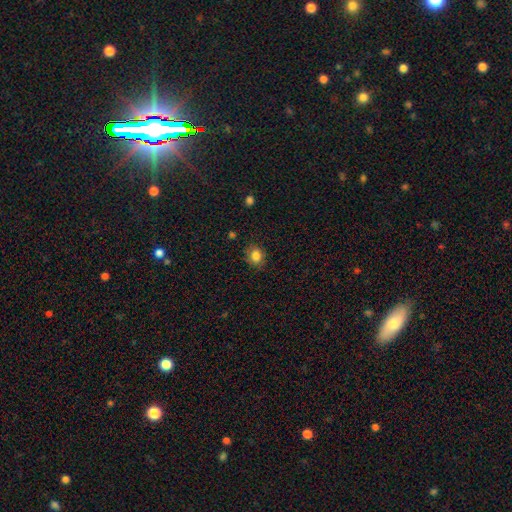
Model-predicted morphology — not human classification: This is clearly a smooth galaxy (83%). How rounded: possibly round (57%). Merging: clearly none (82%).